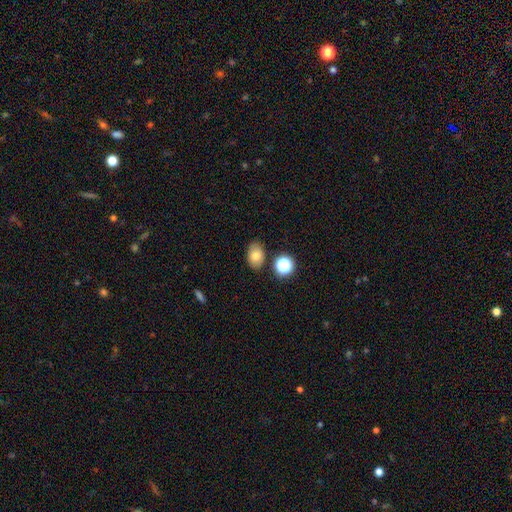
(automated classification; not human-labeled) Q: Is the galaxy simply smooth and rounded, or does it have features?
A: smooth — 75%.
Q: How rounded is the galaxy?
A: in between — 83%.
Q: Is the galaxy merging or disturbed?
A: none — 81%.